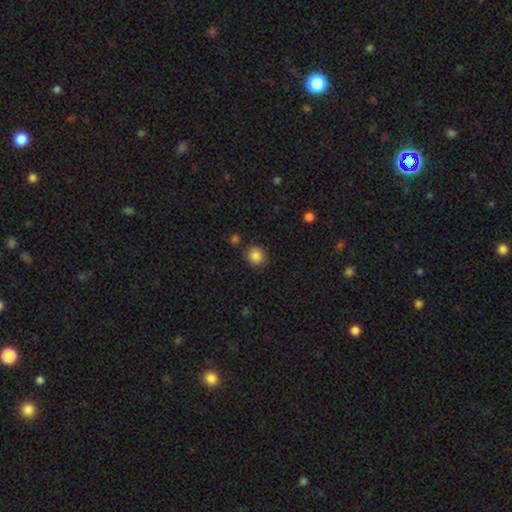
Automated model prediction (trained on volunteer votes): Smooth or featured? Predicted: smooth (p=0.86). How rounded? Predicted: round (p=0.86). Merging? Predicted: none (p=0.85).